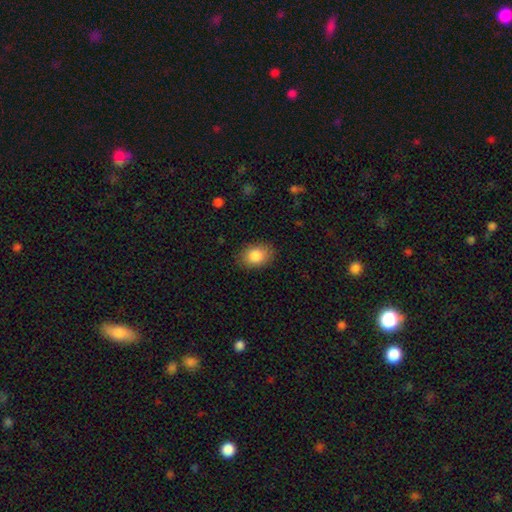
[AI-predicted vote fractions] Overall: smooth (86%). How rounded: in between (73%). Merging: none (84%).